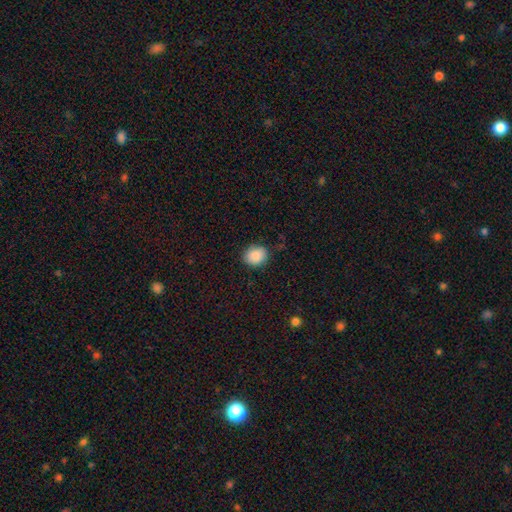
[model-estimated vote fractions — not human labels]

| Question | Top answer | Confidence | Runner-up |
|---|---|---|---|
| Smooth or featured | smooth | 88% | star or artifact (8%) |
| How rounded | round | 64% | in between (35%) |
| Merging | none | 83% | minor disturbance (12%) |